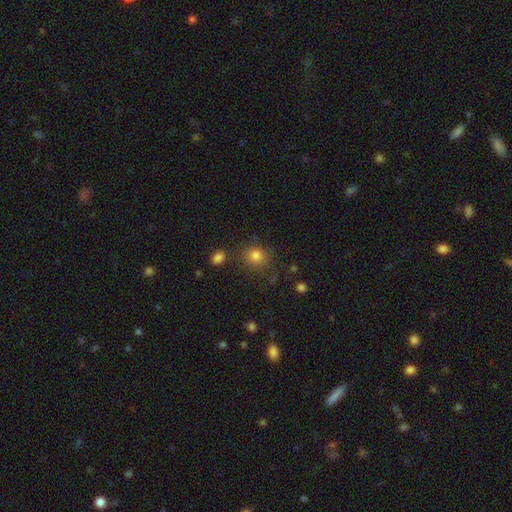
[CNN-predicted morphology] Smooth or featured?
  - smooth: 81% *
  - star or artifact: 13%
  - featured or disk: 7%
How rounded?
  - round: 82% *
  - in between: 17%
  - cigar-shaped: 1%
Merging?
  - none: 75% *
  - minor disturbance: 14%
  - merger: 6%
  - major disturbance: 5%